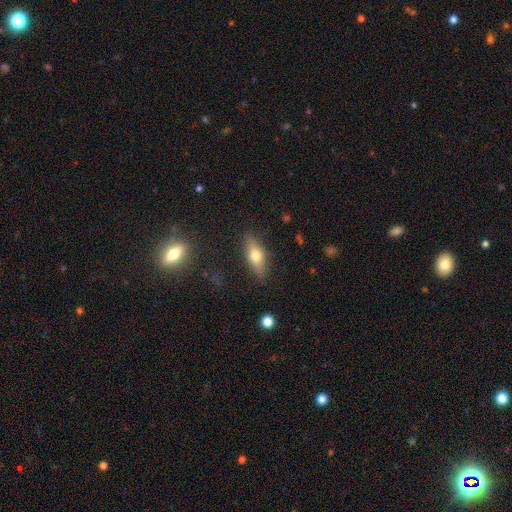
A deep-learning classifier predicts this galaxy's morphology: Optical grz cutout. It shows a smooth galaxy with no disk features (58%) that is in between round and cigar-shaped (61%). Merging: none (86%).